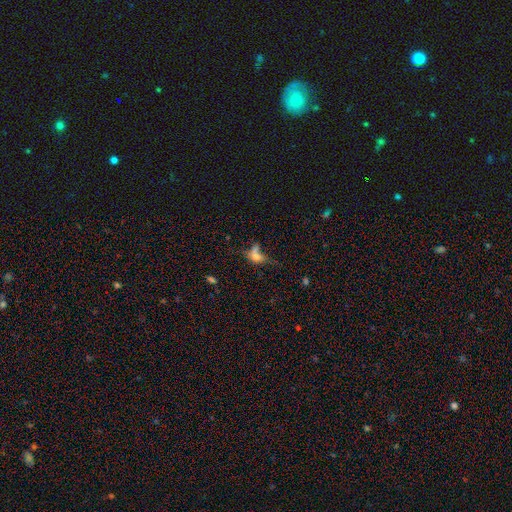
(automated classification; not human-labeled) A smooth galaxy with no disk features (56%) that is in between round and cigar-shaped (63%).

Vote fractions:
- Smooth or featured? smooth: 56% / featured or disk: 26% / star or artifact: 18%
- How rounded? in between: 63% / round: 25% / cigar-shaped: 12%
- Merging? merger: 30% / none: 28% / major disturbance: 26% / minor disturbance: 16%